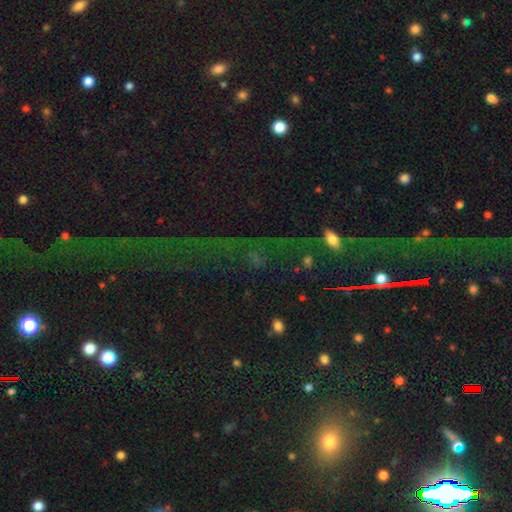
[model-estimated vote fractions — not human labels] This is likely a star or artifact rather than a galaxy (65%).